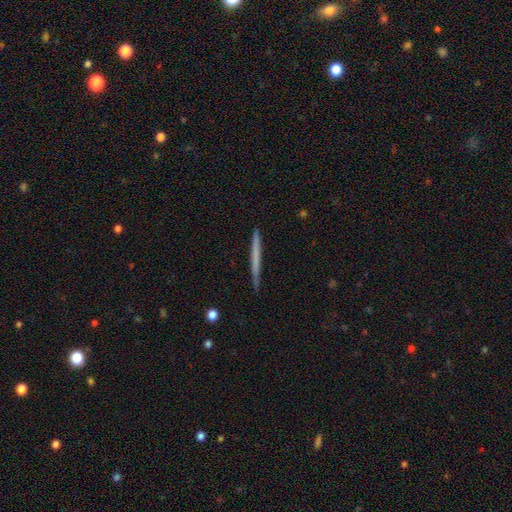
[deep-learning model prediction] A smooth galaxy with no disk features (52%) that is cigar-shaped (97%).

Vote fractions:
- Smooth or featured? smooth: 52% / featured or disk: 42% / star or artifact: 5%
- How rounded? cigar-shaped: 97% / in between: 1% / round: 1%
- Merging? none: 90% / minor disturbance: 7% / major disturbance: 1% / merger: 1%